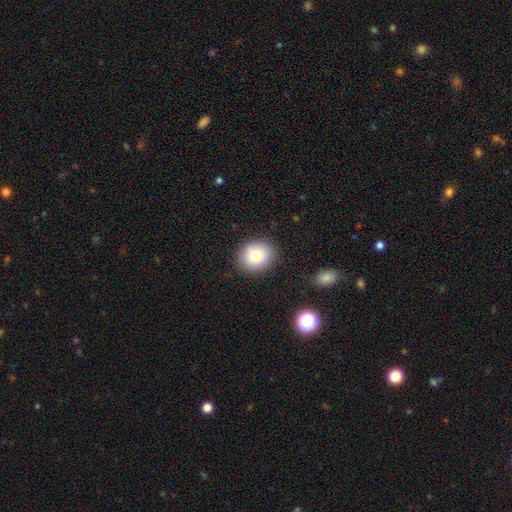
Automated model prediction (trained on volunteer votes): smooth 83%, star or artifact 8%, featured or disk 8%. Down the decision tree: how rounded — round (66%); merging — none (87%).